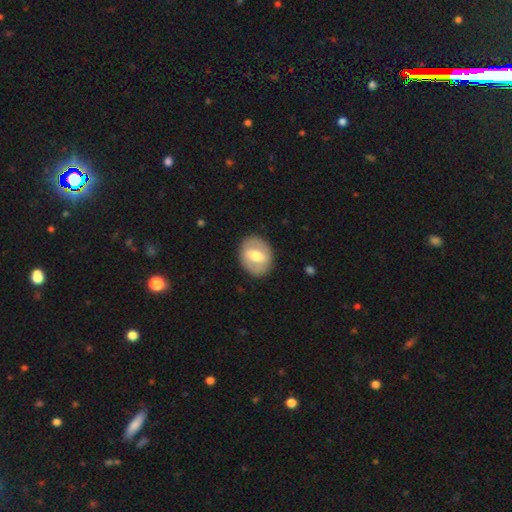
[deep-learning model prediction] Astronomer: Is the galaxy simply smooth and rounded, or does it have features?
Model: featured or disk — 49% (runner-up: smooth, 45%).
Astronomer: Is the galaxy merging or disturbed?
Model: none — 86%.